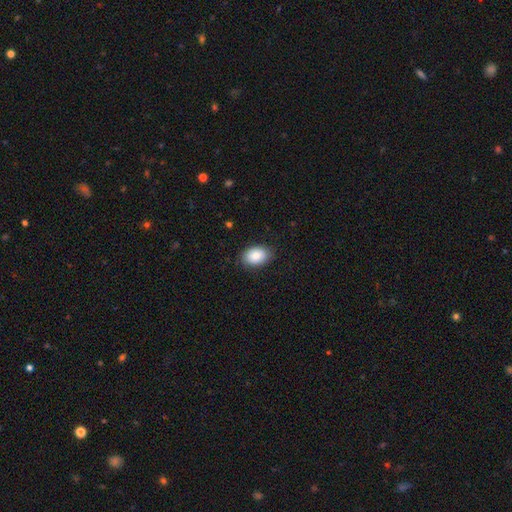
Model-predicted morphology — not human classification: A smooth galaxy with no disk features (85%) that is in between round and cigar-shaped (82%).

Vote fractions:
- Smooth or featured? smooth: 85% / featured or disk: 8% / star or artifact: 7%
- How rounded? in between: 82% / round: 17% / cigar-shaped: 1%
- Merging? none: 84% / minor disturbance: 12% / major disturbance: 3% / merger: 1%